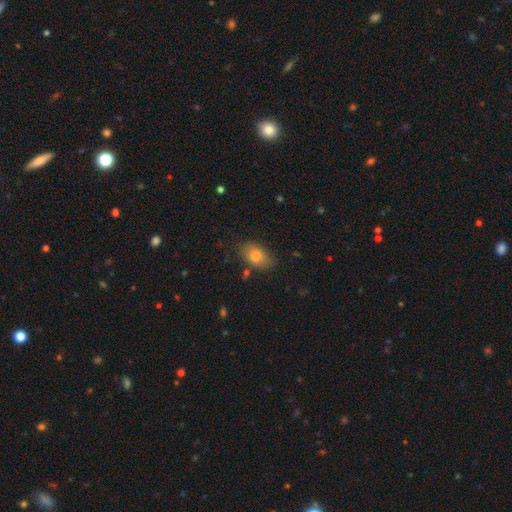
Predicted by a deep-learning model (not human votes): A smooth galaxy with no disk features (79%) that is in between round and cigar-shaped (87%). Merging: none (78%).